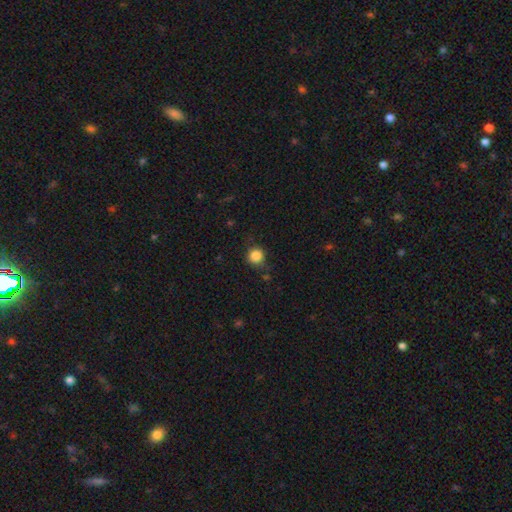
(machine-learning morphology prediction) Q: Smooth or featured?
A: smooth (85%); runner-up: star or artifact (11%)
Q: How rounded?
A: round (91%); runner-up: in between (8%)
Q: Merging?
A: none (79%); runner-up: minor disturbance (15%)